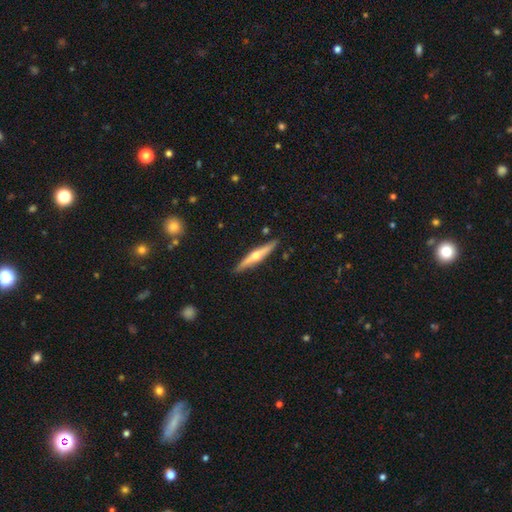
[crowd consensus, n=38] This is likely a featured or disk galaxy (61%). It is clearly viewed edge-on (100%). Edge-on bulge: clearly rounded (91%). Merging: clearly none (84%).